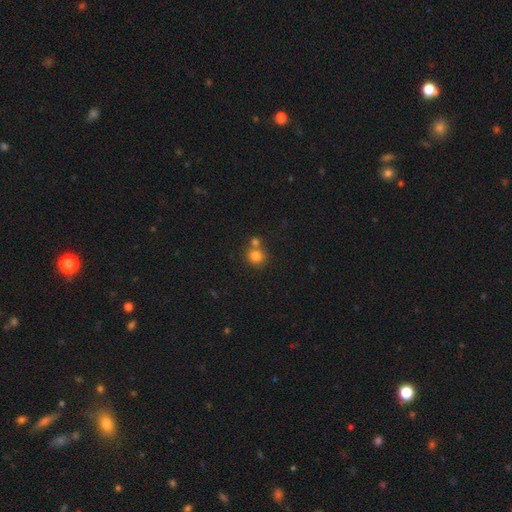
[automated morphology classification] smooth 82%, star or artifact 12%, featured or disk 7%. Down the decision tree: how rounded — round (88%); merging — none (58%).